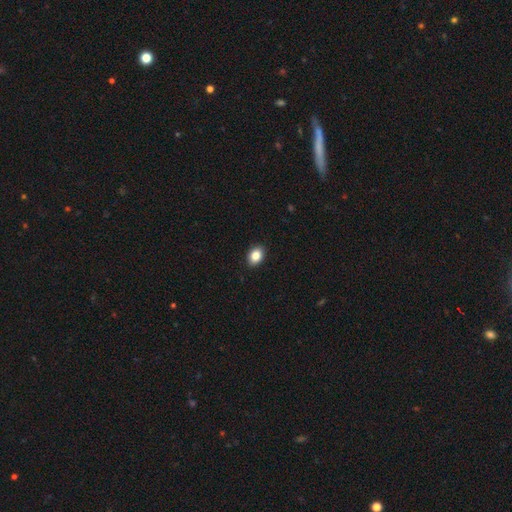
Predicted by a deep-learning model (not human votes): smooth_or_featured: smooth (p=0.85) [alt: star or artifact p=0.09]
how_rounded: in between (p=0.76) [alt: round p=0.23]
merging: none (p=0.91) [alt: minor disturbance p=0.07]